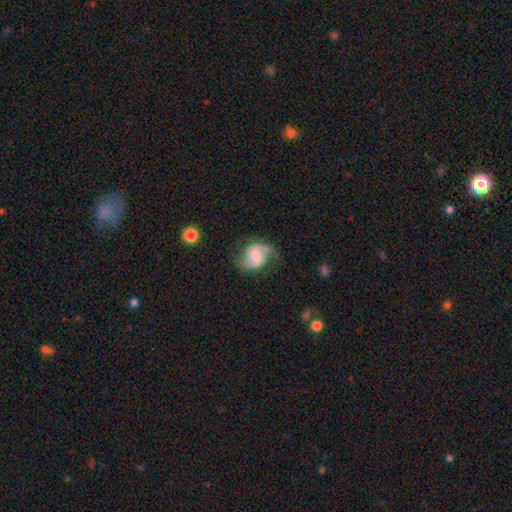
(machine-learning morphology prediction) A featured or disk galaxy (65%) with a weak bar (49%), 2 (79%) loose (45%) spiral arms (88%) and a moderate central bulge (58%). Merging: none (57%).